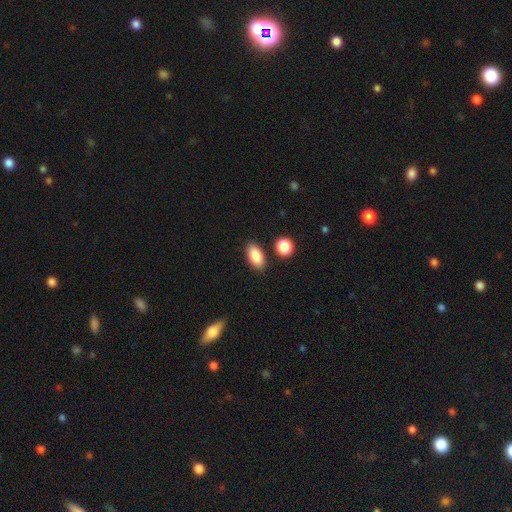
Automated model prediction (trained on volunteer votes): Smooth or featured? Predicted: smooth (p=0.86). How rounded? Predicted: in between (p=0.91). Merging? Predicted: none (p=0.84).